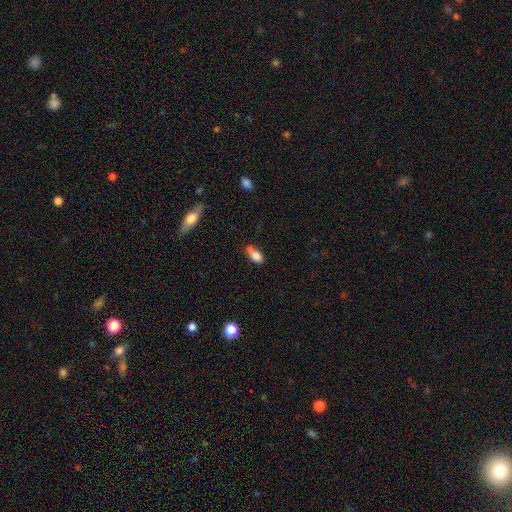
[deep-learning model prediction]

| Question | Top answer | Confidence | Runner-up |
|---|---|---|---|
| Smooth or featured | smooth | 81% | featured or disk (10%) |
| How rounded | in between | 87% | round (7%) |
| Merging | none | 42% | minor disturbance (33%) |